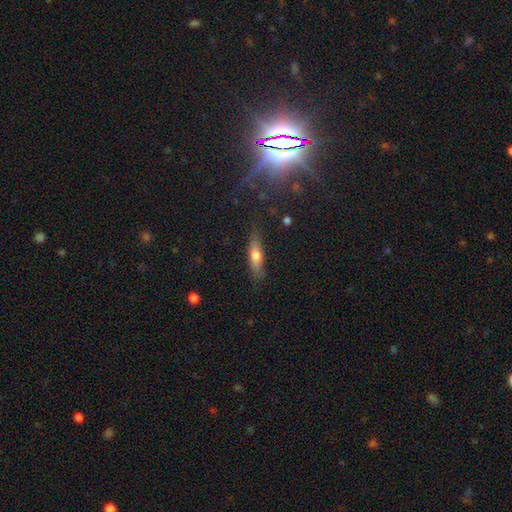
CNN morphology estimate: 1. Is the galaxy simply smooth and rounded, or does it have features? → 62% smooth, 31% featured or disk, 7% star or artifact.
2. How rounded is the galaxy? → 66% cigar-shaped, 31% in between, 3% round.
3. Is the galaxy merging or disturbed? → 80% none, 15% minor disturbance, 4% major disturbance, 2% merger.